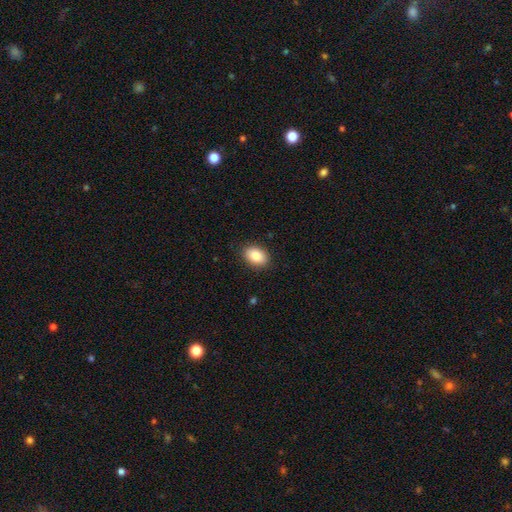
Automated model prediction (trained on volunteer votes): A smooth galaxy with no disk features (87%) that is in between round and cigar-shaped (86%). Merging: none (88%).